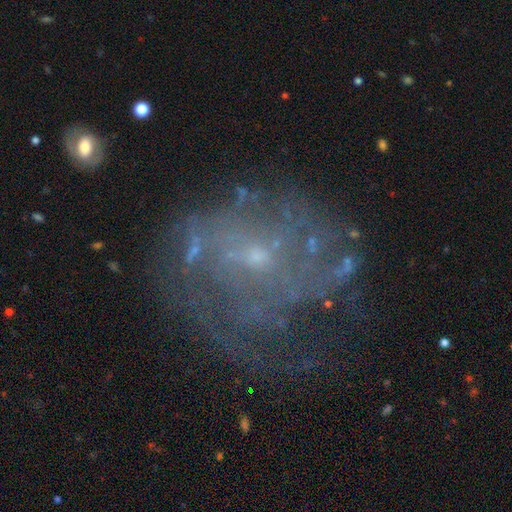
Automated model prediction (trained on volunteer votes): This is likely a featured or disk galaxy (68%). It is clearly not viewed edge-on (97%). Bar: likely no (74%). Spiral arm pattern: likely yes (64%). Central bulge: likely small (75%). Merging: likely none (62%).